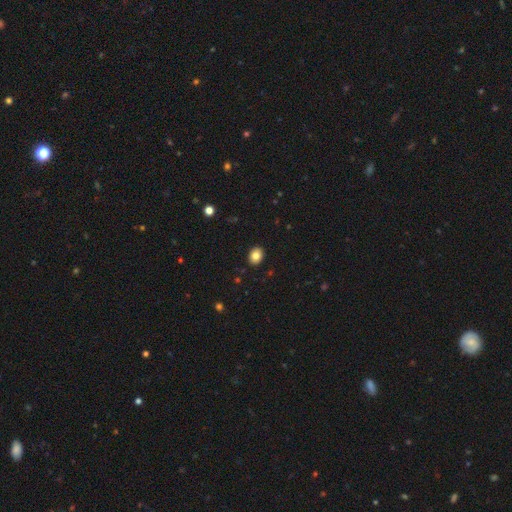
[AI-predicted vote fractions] Smooth or featured? smooth (83%)
How rounded? in between (51%)
Merging? none (91%)